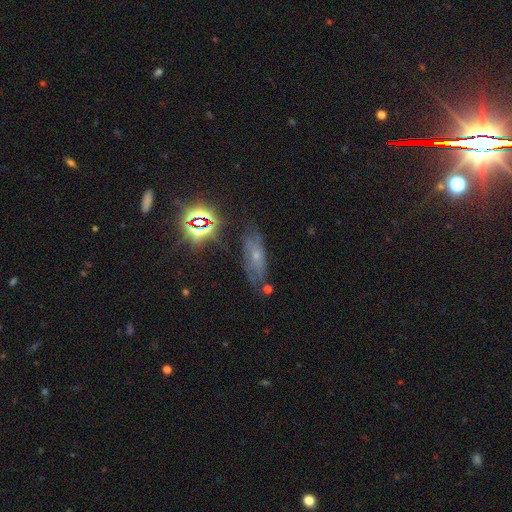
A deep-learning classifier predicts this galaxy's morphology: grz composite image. It shows a featured or disk galaxy (38%). Merging: none (63%).